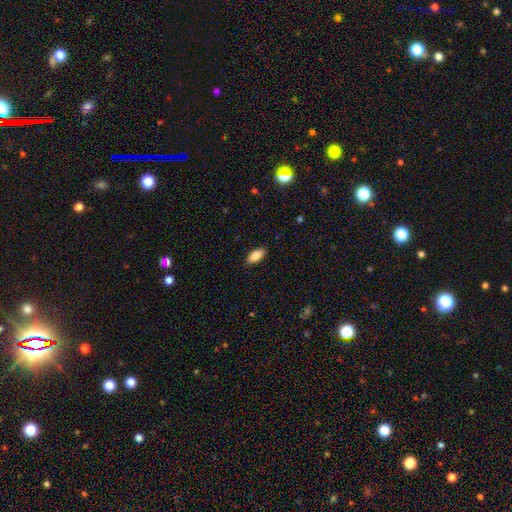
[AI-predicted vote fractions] Smooth or featured? Predicted: smooth (p=0.87). How rounded? Predicted: in between (p=0.88). Merging? Predicted: none (p=0.88).